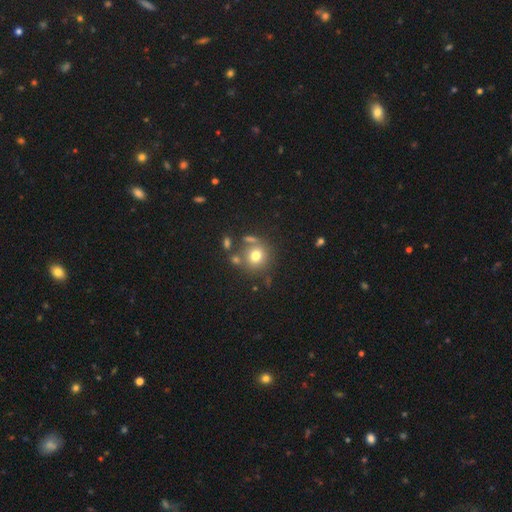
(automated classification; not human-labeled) This appears to be a smooth galaxy with no disk features (73%) that is round (88%). Merging: none (70%).